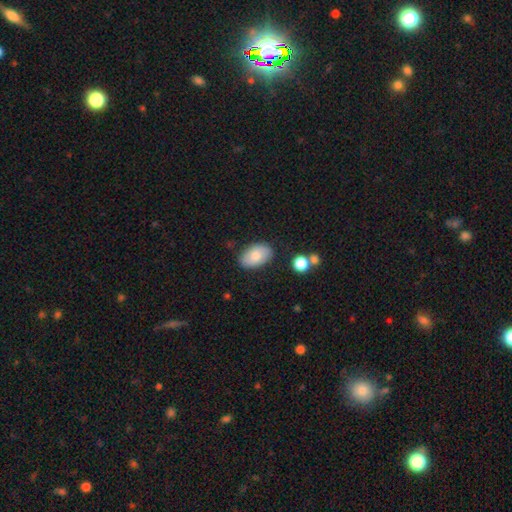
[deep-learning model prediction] A smooth galaxy with no disk features (81%) that is in between round and cigar-shaped (93%). Merging: none (81%).